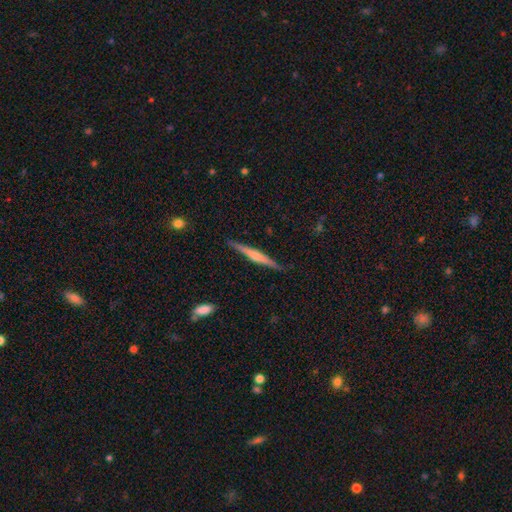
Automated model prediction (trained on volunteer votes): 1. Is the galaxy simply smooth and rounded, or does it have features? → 59% featured or disk, 35% smooth, 6% star or artifact.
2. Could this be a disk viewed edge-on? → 98% yes, 2% no.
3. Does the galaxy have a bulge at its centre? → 49% rounded, 32% none, 19% boxy.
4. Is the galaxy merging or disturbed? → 89% none, 8% minor disturbance, 2% major disturbance, 1% merger.